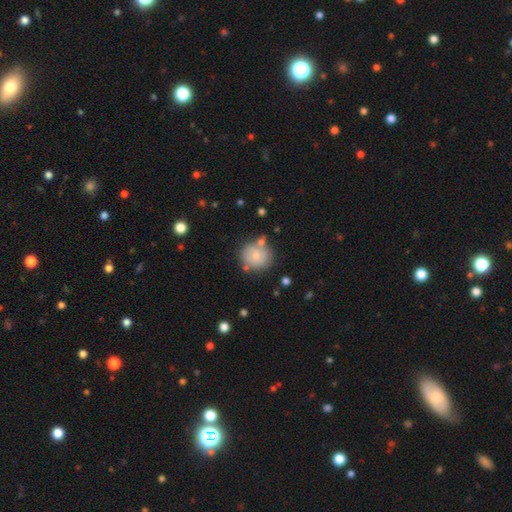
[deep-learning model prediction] Smooth or featured? Predicted: smooth (p=0.75). How rounded? Predicted: round (p=0.87). Merging? Predicted: none (p=0.69).